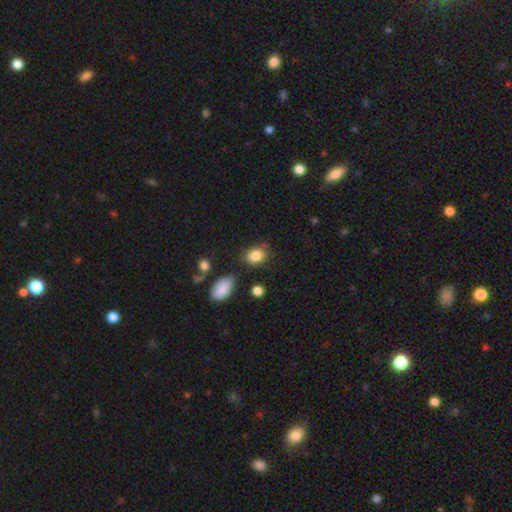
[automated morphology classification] smooth_or_featured: smooth (p=0.85) [alt: star or artifact p=0.09]
how_rounded: in between (p=0.63) [alt: round p=0.36]
merging: none (p=0.75) [alt: minor disturbance p=0.16]